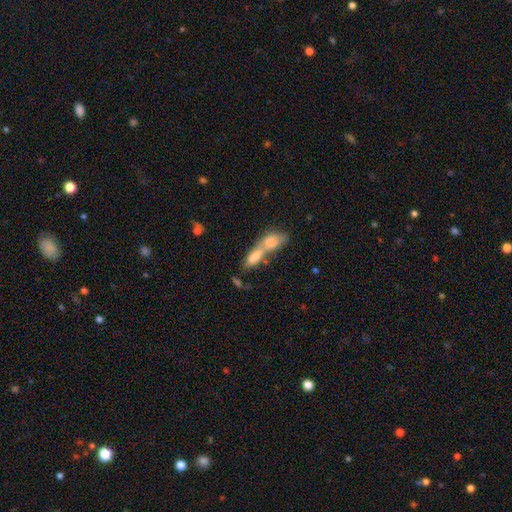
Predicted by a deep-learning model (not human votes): A smooth galaxy with no disk features (71%) that is in between round and cigar-shaped (69%).

Vote fractions:
- Smooth or featured? smooth: 71% / featured or disk: 20% / star or artifact: 10%
- How rounded? in between: 69% / cigar-shaped: 24% / round: 7%
- Merging? merger: 71% / none: 18% / minor disturbance: 6% / major disturbance: 5%